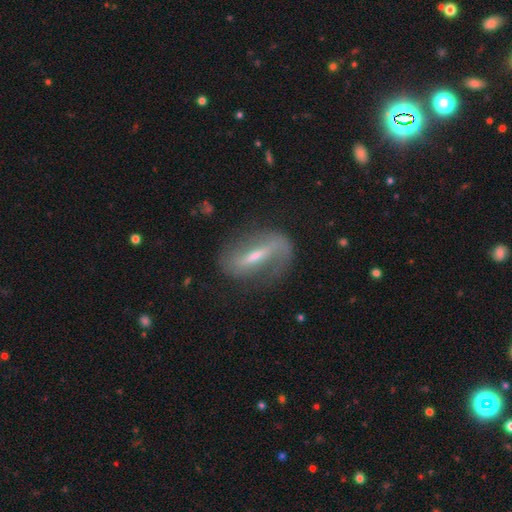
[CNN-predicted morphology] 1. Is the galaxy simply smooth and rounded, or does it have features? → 76% featured or disk, 17% smooth, 7% star or artifact.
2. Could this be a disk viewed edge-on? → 83% no, 17% yes.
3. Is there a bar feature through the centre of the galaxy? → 63% strong, 28% weak, 10% no.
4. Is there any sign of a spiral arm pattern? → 79% yes, 21% no.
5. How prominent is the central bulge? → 45% small, 43% moderate, 6% none, 5% large, 1% dominant.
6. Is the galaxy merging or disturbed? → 69% none, 18% minor disturbance, 11% major disturbance, 2% merger.